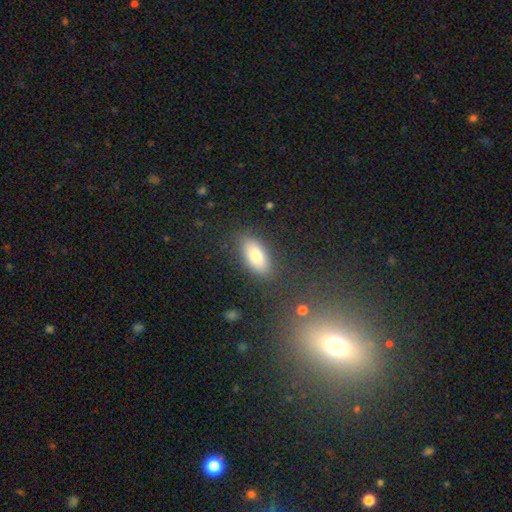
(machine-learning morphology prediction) Smooth or featured? smooth (77%)
How rounded? in between (87%)
Merging? none (83%)